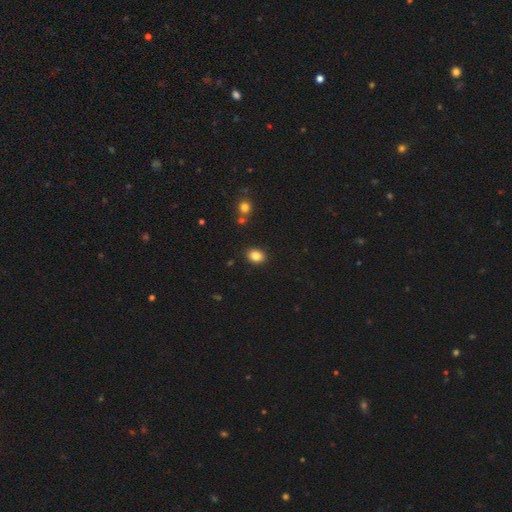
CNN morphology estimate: Smooth or featured? Predicted: smooth (p=0.84). How rounded? Predicted: in between (p=0.55). Merging? Predicted: none (p=0.88).